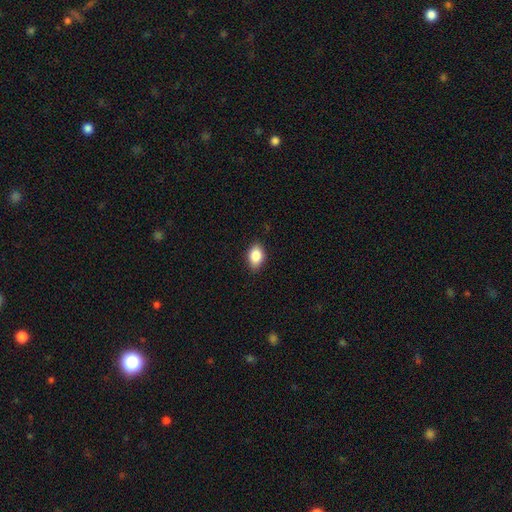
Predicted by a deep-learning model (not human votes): A smooth galaxy with no disk features (86%) that is in between round and cigar-shaped (85%). Merging: none (86%).